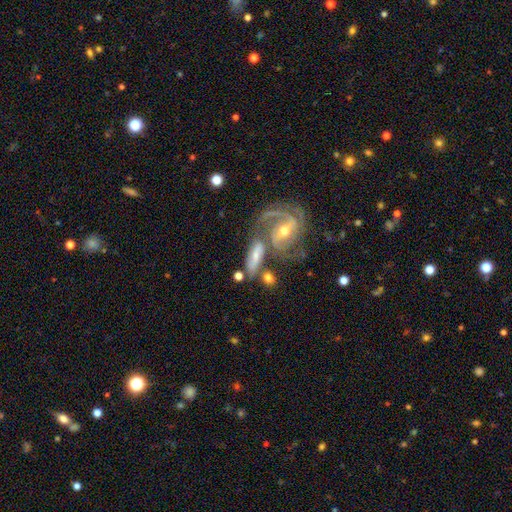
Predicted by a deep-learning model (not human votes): Smooth or featured: featured or disk — 58% (smooth — 34%)
Edge-on disk: no — 85% (yes — 15%)
Merging: none — 42% (merger — 32%)